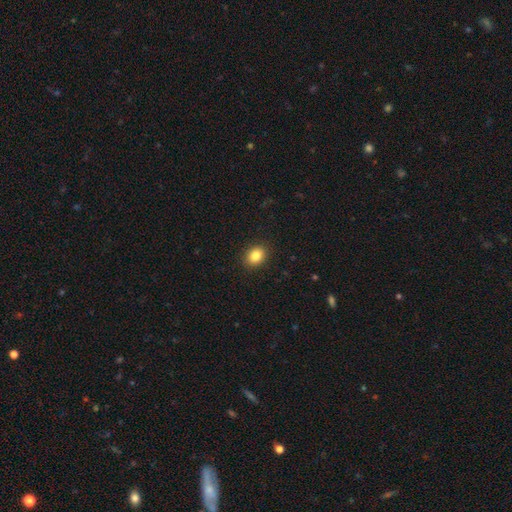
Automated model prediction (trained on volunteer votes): Q: Smooth or featured?
A: smooth (85%); runner-up: star or artifact (9%)
Q: How rounded?
A: in between (59%); runner-up: round (40%)
Q: Merging?
A: none (90%); runner-up: minor disturbance (7%)